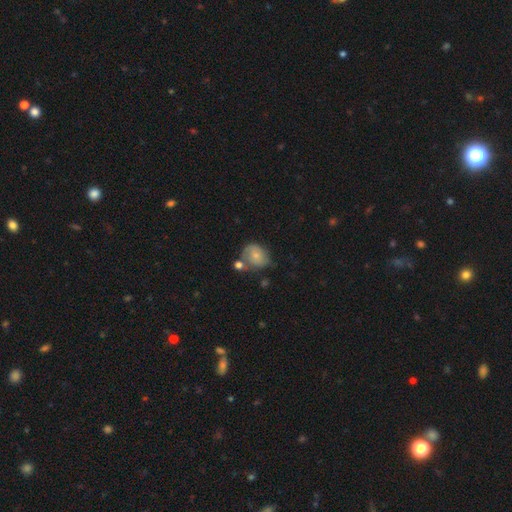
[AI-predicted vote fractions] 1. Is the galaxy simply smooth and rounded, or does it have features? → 59% smooth, 32% featured or disk, 8% star or artifact.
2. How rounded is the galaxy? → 61% round, 38% in between, 1% cigar-shaped.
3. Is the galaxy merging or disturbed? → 44% none, 26% minor disturbance, 19% merger, 11% major disturbance.